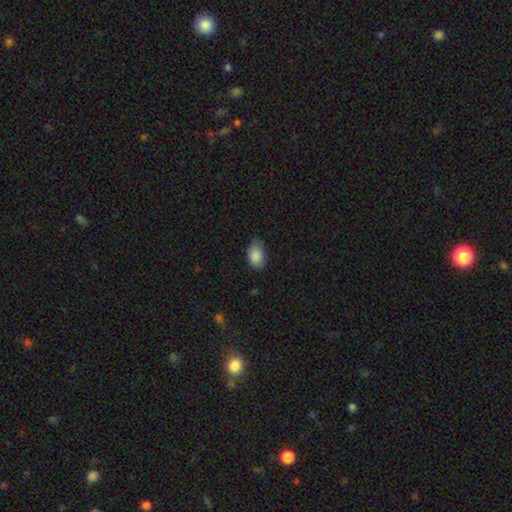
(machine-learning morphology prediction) smooth 88%, star or artifact 7%, featured or disk 5%. Down the decision tree: how rounded — in between (90%); merging — none (73%).